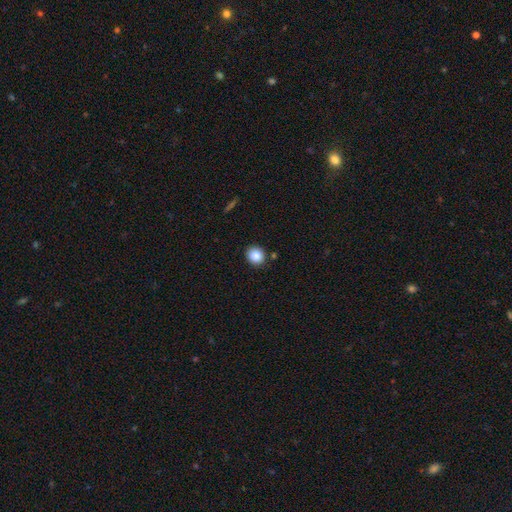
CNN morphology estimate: Overall: smooth (84%). How rounded: round (81%). Merging: none (89%).